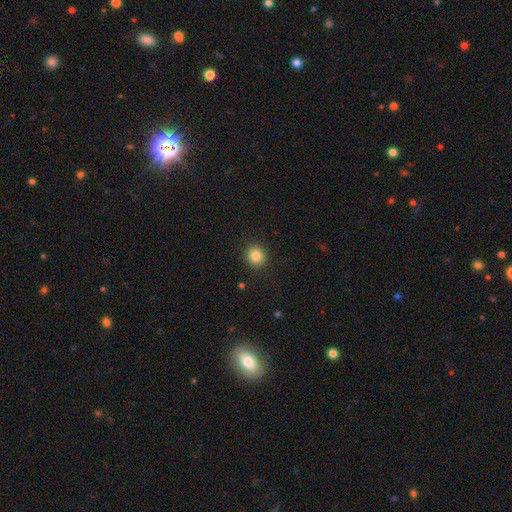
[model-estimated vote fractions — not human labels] smooth-or-featured: smooth: 84% | star or artifact: 10% | featured or disk: 5%
  how-rounded: round: 87% | in between: 12% | cigar-shaped: 1%
  merging: none: 91% | minor disturbance: 6% | major disturbance: 2% | merger: 1%